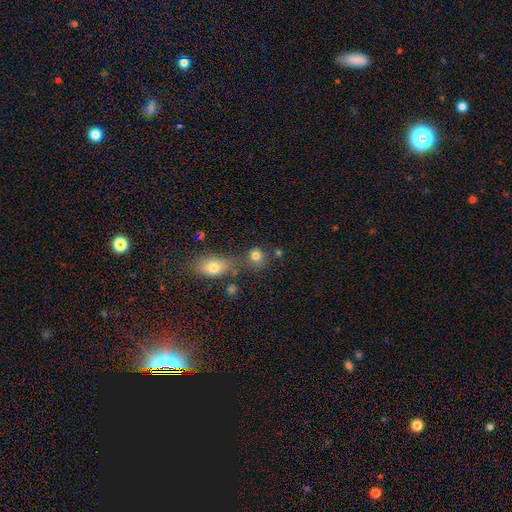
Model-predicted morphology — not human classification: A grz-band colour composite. It shows a smooth galaxy with no disk features (79%) that is round (80%). Merging: none (59%).